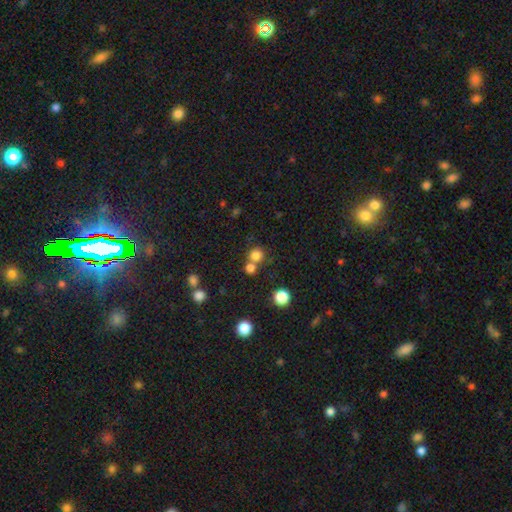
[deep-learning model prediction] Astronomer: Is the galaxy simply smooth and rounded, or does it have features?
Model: smooth — 78%.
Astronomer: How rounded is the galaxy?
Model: round — 91%.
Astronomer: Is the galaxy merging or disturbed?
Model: none — 59%.